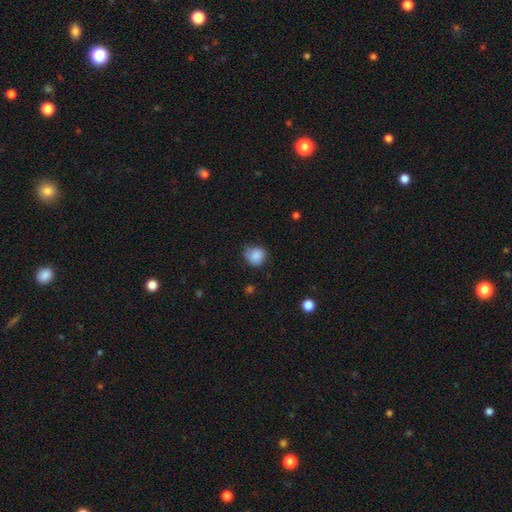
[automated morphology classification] smooth_or_featured: smooth (p=0.85) [alt: star or artifact p=0.09]
how_rounded: round (p=0.76) [alt: in between p=0.23]
merging: none (p=0.62) [alt: minor disturbance p=0.30]